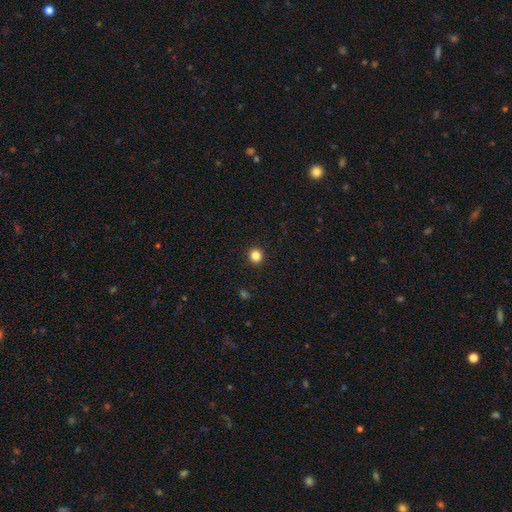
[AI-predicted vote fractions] Morphology: type=smooth (84%); roundness=round (90%); merging=none (93%).